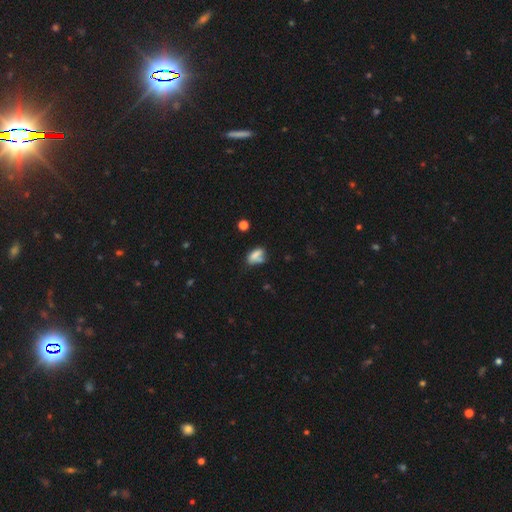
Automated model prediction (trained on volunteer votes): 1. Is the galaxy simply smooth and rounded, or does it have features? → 69% smooth, 19% featured or disk, 12% star or artifact.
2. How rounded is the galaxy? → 79% in between, 12% round, 8% cigar-shaped.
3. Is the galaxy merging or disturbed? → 40% none, 25% minor disturbance, 21% merger, 14% major disturbance.